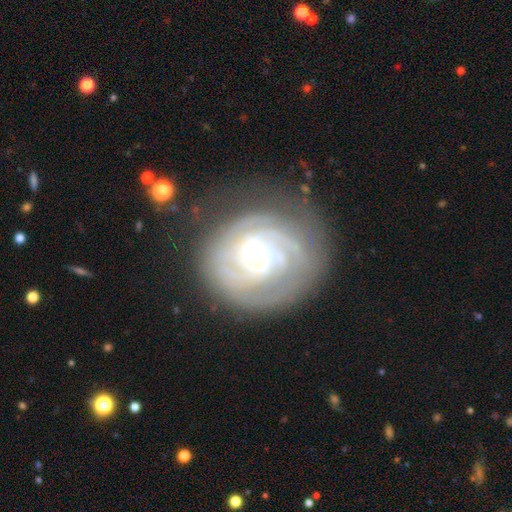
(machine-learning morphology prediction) Smooth or featured?
  - featured or disk: 84% *
  - smooth: 10%
  - star or artifact: 6%
Edge-on disk?
  - no: 97% *
  - yes: 3%
Bar?
  - no: 68% *
  - weak: 25%
  - strong: 7%
Spiral arms?
  - yes: 94% *
  - no: 6%
Spiral winding?
  - tight: 76% *
  - medium: 19%
  - loose: 5%
Spiral arm count?
  - can't tell: 35% *
  - 3: 22%
  - 2: 21%
  - 4: 10%
  - 1: 6%
  - more than 4: 6%
Bulge size?
  - moderate: 54% *
  - small: 39%
  - large: 5%
  - none: 1%
  - dominant: 1%
Merging?
  - none: 69% *
  - minor disturbance: 19%
  - major disturbance: 10%
  - merger: 2%